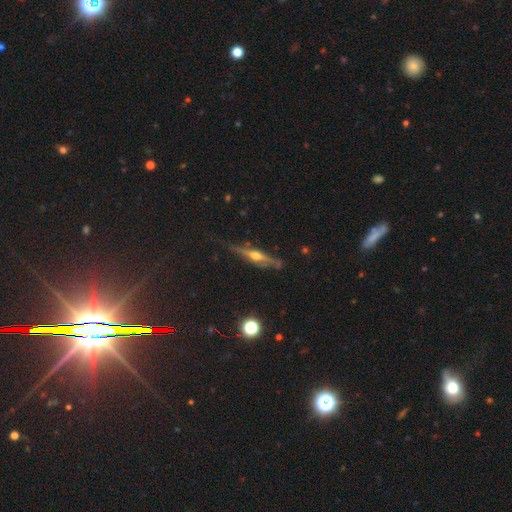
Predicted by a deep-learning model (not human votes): A featured or disk galaxy (73%) viewed edge-on (94%) with a rounded central bulge (87%). Merging: none (74%).